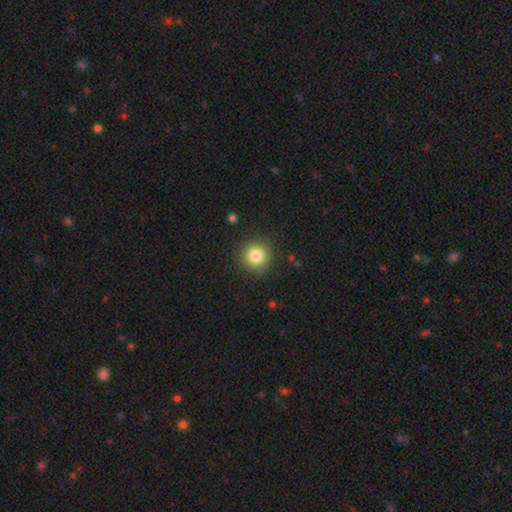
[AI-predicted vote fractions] A smooth galaxy with no disk features (81%) that is round (94%).

Vote fractions:
- Smooth or featured? smooth: 81% / star or artifact: 11% / featured or disk: 7%
- How rounded? round: 94% / in between: 5% / cigar-shaped: 1%
- Merging? none: 89% / minor disturbance: 7% / major disturbance: 3% / merger: 1%